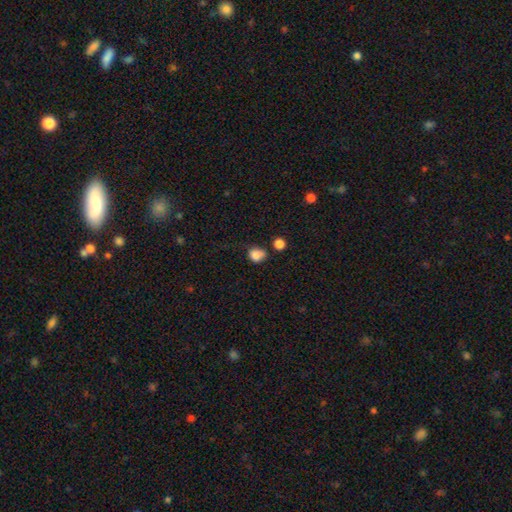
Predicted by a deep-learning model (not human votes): Smooth or featured?
  - smooth: 83% *
  - star or artifact: 11%
  - featured or disk: 6%
How rounded?
  - round: 71% *
  - in between: 28%
  - cigar-shaped: 1%
Merging?
  - none: 56% *
  - minor disturbance: 27%
  - merger: 11%
  - major disturbance: 7%